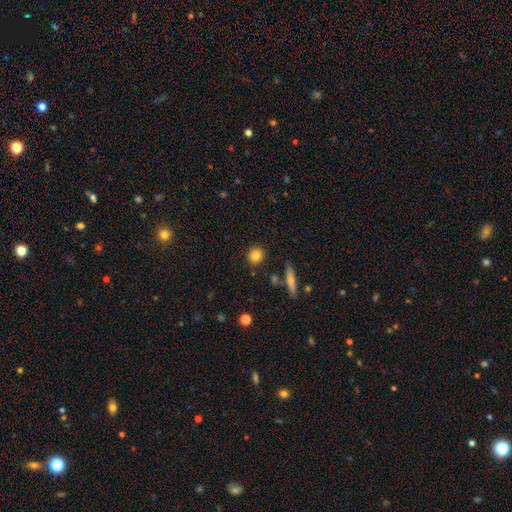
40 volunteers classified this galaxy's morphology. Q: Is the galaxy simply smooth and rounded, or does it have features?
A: smooth — 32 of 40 (80%).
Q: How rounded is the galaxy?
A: round — 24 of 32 (75%).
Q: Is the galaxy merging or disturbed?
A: none — 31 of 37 (84%).